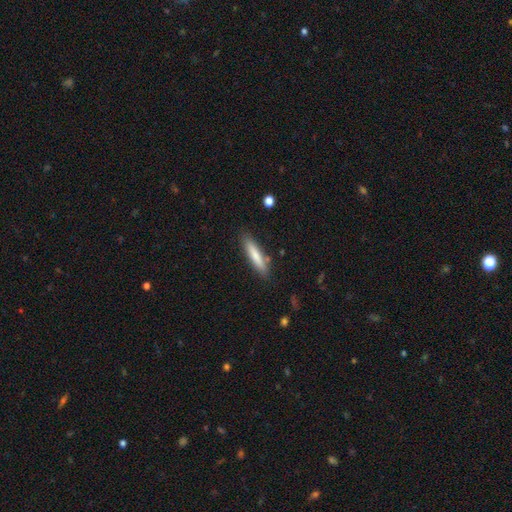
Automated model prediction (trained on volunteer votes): The model was most divided on "smooth or featured": smooth: 76%, featured or disk: 18%, star or artifact: 6%. More confident: how rounded — cigar-shaped (84%); merging — none (83%).